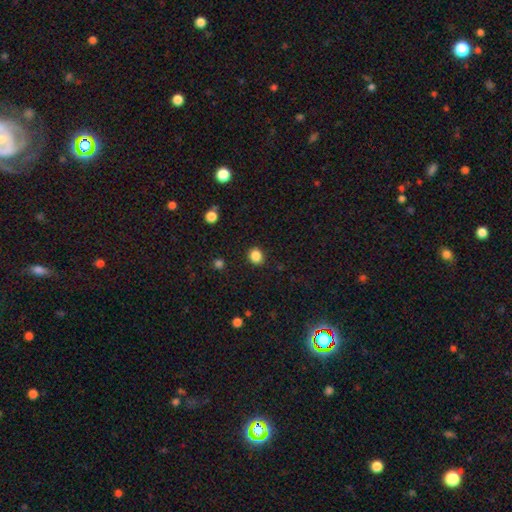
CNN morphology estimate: This is clearly a smooth galaxy (86%). How rounded: likely round (78%). Merging: clearly none (90%).